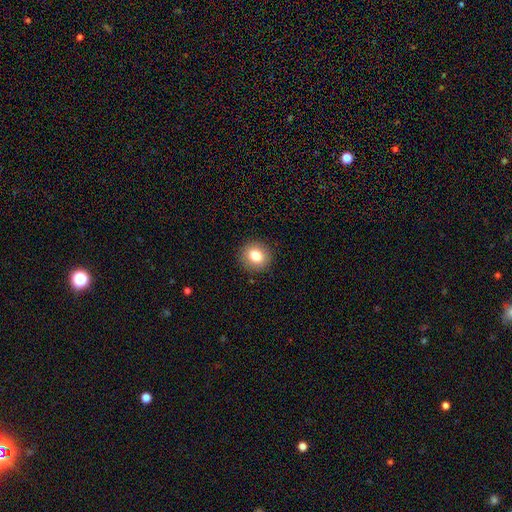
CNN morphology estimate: A smooth galaxy with no disk features (81%) that is round (85%). Merging: none (91%).